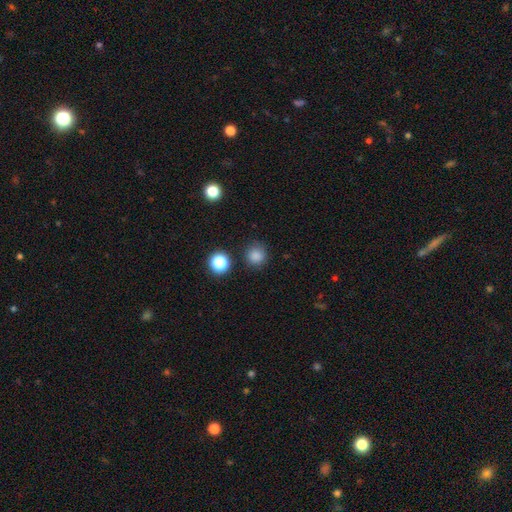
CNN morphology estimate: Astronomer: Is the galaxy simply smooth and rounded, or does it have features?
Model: smooth — 82%.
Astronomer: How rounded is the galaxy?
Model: round — 91%.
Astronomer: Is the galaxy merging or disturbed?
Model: none — 83%.